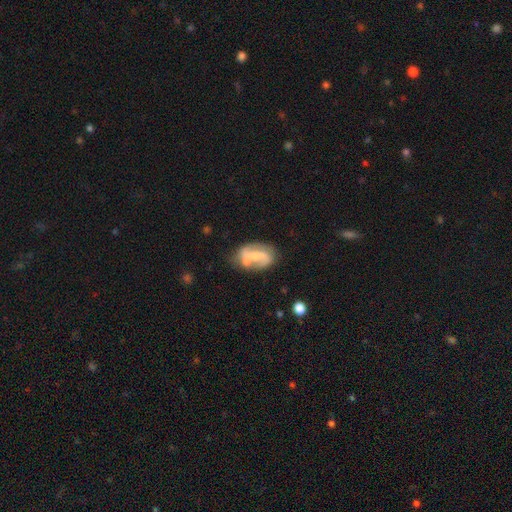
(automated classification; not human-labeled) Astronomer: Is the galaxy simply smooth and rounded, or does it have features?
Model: featured or disk — 72%.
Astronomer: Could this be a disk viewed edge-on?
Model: no — 97%.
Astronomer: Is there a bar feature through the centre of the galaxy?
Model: weak — 42% (runner-up: no, 35%).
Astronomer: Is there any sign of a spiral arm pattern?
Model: yes — 83%.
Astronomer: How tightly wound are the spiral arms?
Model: loose — 43% (runner-up: medium, 41%).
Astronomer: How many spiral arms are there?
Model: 2 — 84%.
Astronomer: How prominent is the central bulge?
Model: small — 41% (runner-up: moderate, 38%).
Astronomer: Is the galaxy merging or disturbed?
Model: none — 52%.